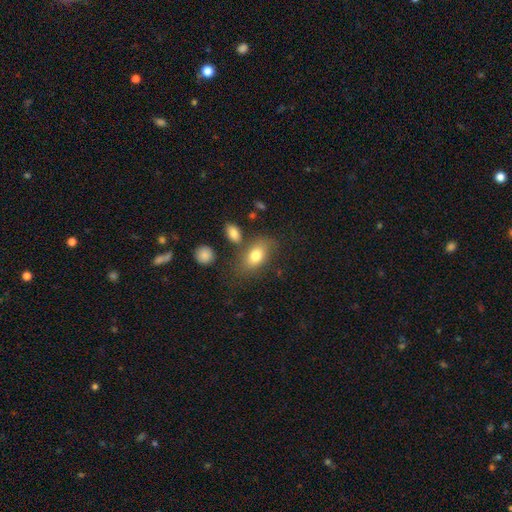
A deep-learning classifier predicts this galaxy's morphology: Smooth or featured? smooth (78%)
How rounded? in between (86%)
Merging? none (67%)